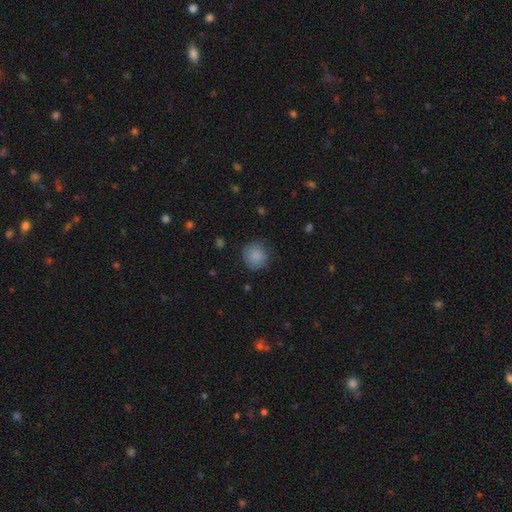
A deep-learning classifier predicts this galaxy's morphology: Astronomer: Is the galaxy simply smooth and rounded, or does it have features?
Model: smooth — 87%.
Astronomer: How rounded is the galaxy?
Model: round — 91%.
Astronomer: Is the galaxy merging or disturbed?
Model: none — 81%.